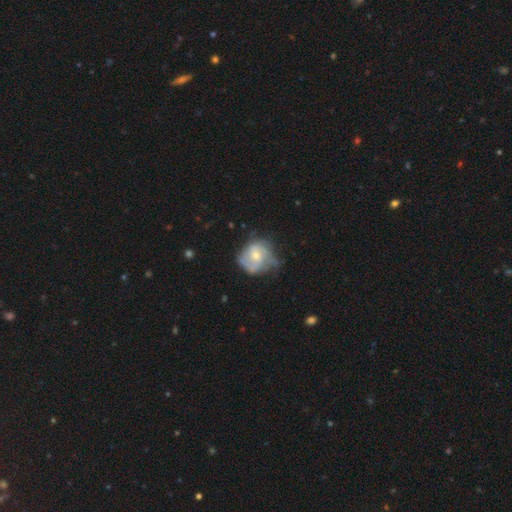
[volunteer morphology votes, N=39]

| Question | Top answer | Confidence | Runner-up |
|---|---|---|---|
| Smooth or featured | featured or disk | 59% | smooth (31%) |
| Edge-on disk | no | 100% | — |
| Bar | no | 57% | weak (39%) |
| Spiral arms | yes | 74% | no (26%) |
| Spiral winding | medium | 65% | tight (18%) |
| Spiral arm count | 2 | 41% | 3 (29%) |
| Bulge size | moderate | 57% | small (39%) |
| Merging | none | 60% | minor disturbance (23%) |